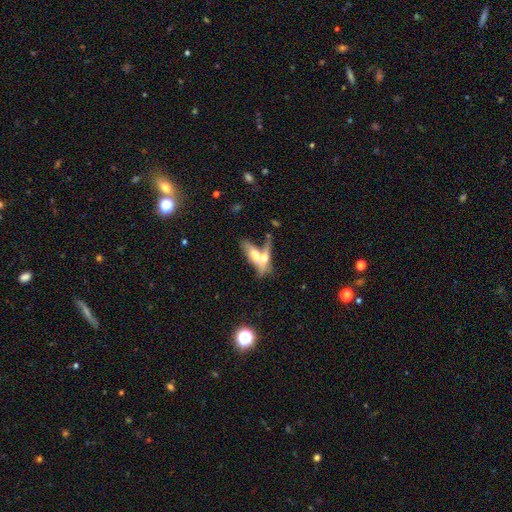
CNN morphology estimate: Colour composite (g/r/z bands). It shows a smooth galaxy with no disk features (53%) that is cigar-shaped (48%). Merging: merger (58%).